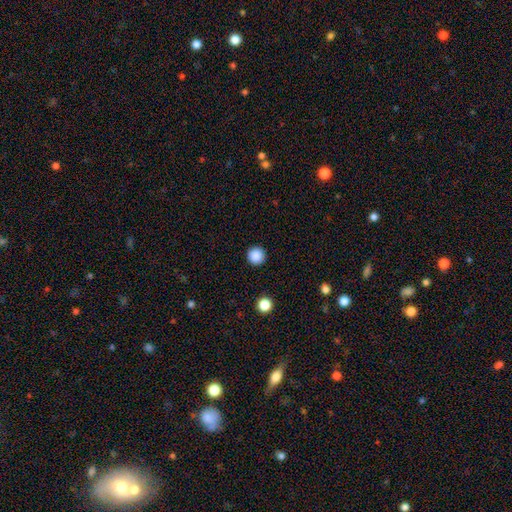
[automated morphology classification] smooth_or_featured: smooth (p=0.87) [alt: star or artifact p=0.10]
how_rounded: round (p=0.96) [alt: in between p=0.03]
merging: none (p=0.93) [alt: minor disturbance p=0.04]